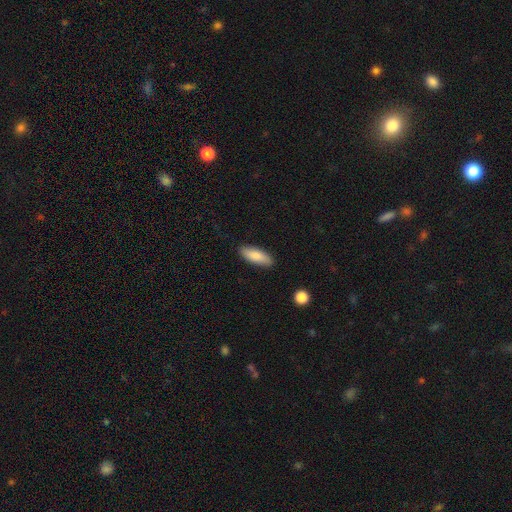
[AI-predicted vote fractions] smooth_or_featured: smooth (p=0.84) [alt: featured or disk p=0.10]
how_rounded: in between (p=0.69) [alt: cigar-shaped p=0.29]
merging: none (p=0.87) [alt: minor disturbance p=0.10]